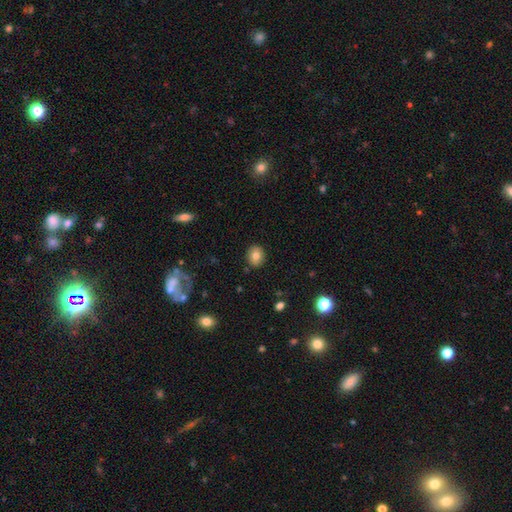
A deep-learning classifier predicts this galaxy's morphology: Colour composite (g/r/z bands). It shows a smooth galaxy with no disk features (79%) that is round (69%). Merging: none (89%).